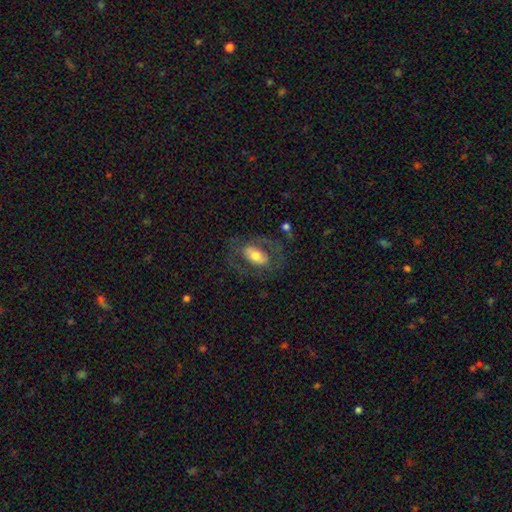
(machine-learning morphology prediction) Smooth or featured? Predicted: featured or disk (p=0.50). Merging? Predicted: none (p=0.61).